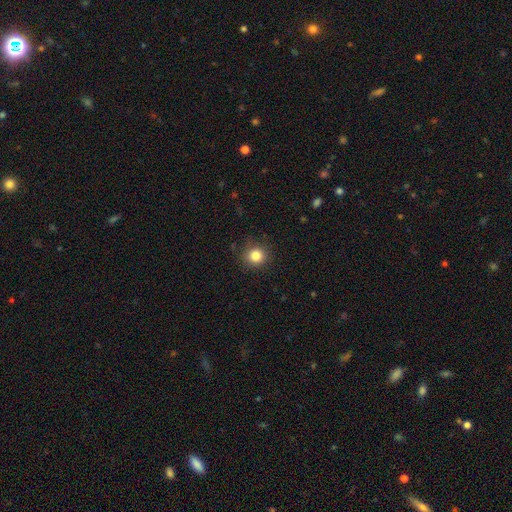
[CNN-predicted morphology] smooth_or_featured: smooth (p=0.84) [alt: star or artifact p=0.11]
how_rounded: round (p=0.90) [alt: in between p=0.09]
merging: none (p=0.87) [alt: minor disturbance p=0.09]